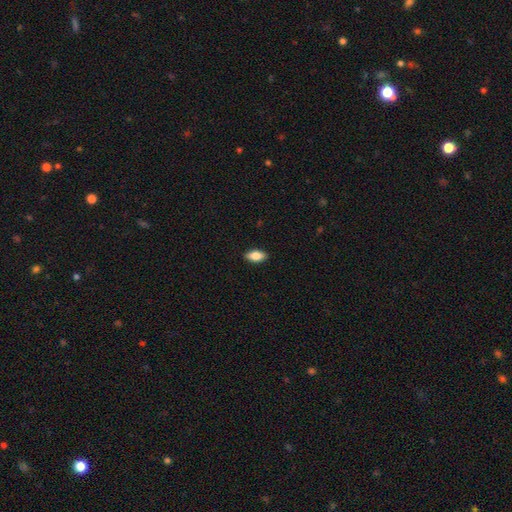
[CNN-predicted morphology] type=smooth (82%); roundness=in between (89%); merging=none (89%).